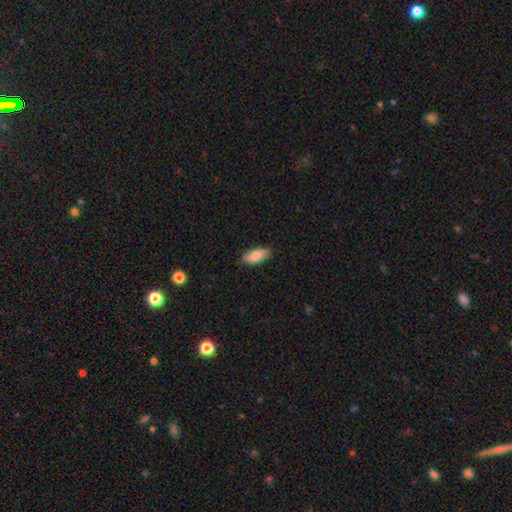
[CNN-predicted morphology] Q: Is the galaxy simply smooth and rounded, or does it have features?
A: smooth — 85%.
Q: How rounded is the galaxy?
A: in between — 86%.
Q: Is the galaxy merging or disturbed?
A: none — 87%.